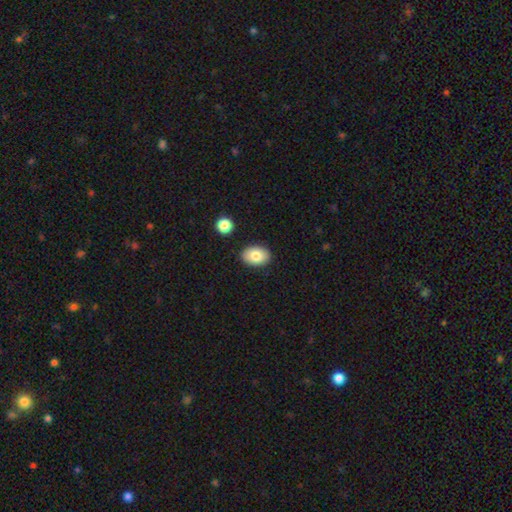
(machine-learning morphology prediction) Smooth or featured: smooth — 82% (featured or disk — 11%)
How rounded: in between — 83% (round — 16%)
Merging: none — 87% (minor disturbance — 9%)